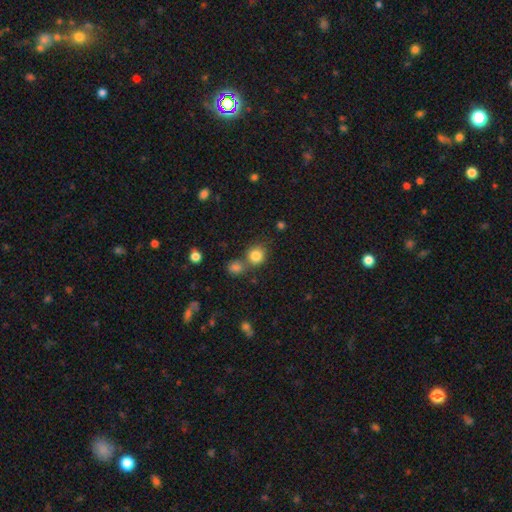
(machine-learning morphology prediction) smooth-or-featured: smooth: 83% | star or artifact: 11% | featured or disk: 6%
  how-rounded: round: 85% | in between: 14% | cigar-shaped: 1%
  merging: none: 62% | merger: 24% | minor disturbance: 10% | major disturbance: 4%